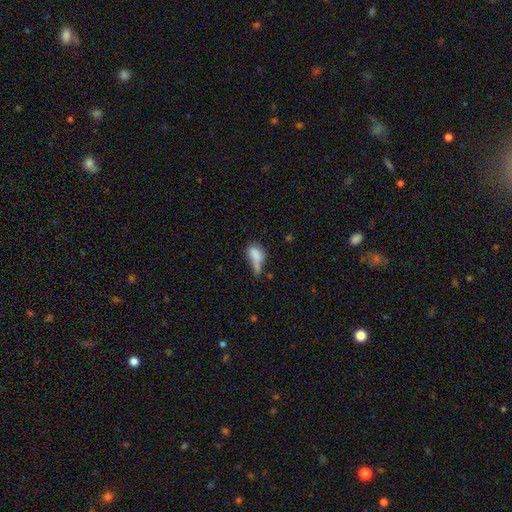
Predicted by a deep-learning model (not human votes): Smooth or featured?
  - smooth: 73% *
  - featured or disk: 16%
  - star or artifact: 11%
How rounded?
  - in between: 78% *
  - cigar-shaped: 11%
  - round: 11%
Merging?
  - minor disturbance: 27% *
  - major disturbance: 26%
  - none: 24%
  - merger: 23%